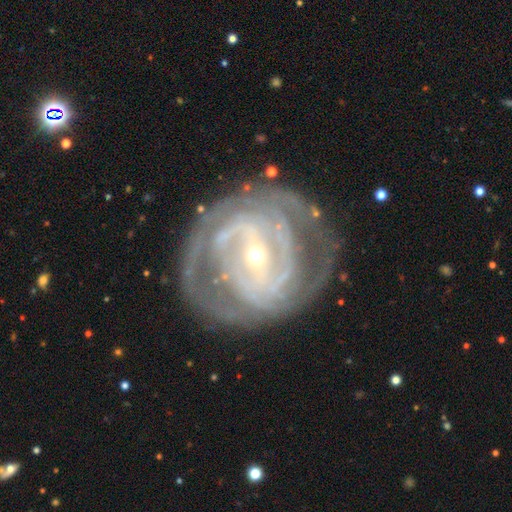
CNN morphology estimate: Overall: featured or disk (88%). Edge-on disk: no (96%). Bar: strong (46%; weak 35%). Spiral arms: yes (90%). Spiral arm count: can't tell (35%; 2 29%). Spiral winding: tight (63%; medium 29%). Bulge size: small (78%). Merging: none (72%).